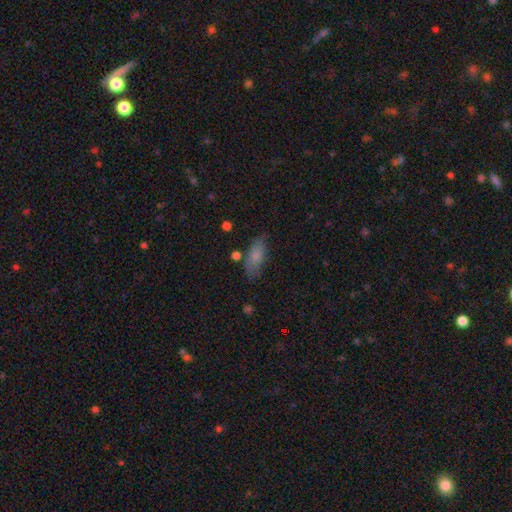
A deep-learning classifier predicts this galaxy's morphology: Smooth or featured: smooth — 78% (featured or disk — 14%)
How rounded: in between — 78% (cigar-shaped — 19%)
Merging: none — 68% (minor disturbance — 21%)